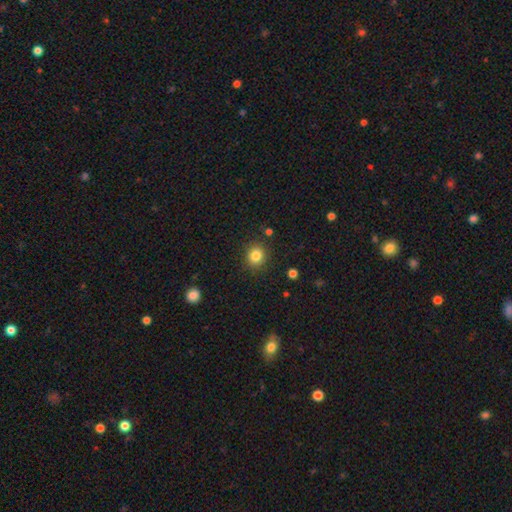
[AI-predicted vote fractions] Smooth or featured?
  - smooth: 83% *
  - star or artifact: 11%
  - featured or disk: 6%
How rounded?
  - round: 81% *
  - in between: 19%
  - cigar-shaped: 1%
Merging?
  - none: 88% *
  - minor disturbance: 8%
  - major disturbance: 3%
  - merger: 2%